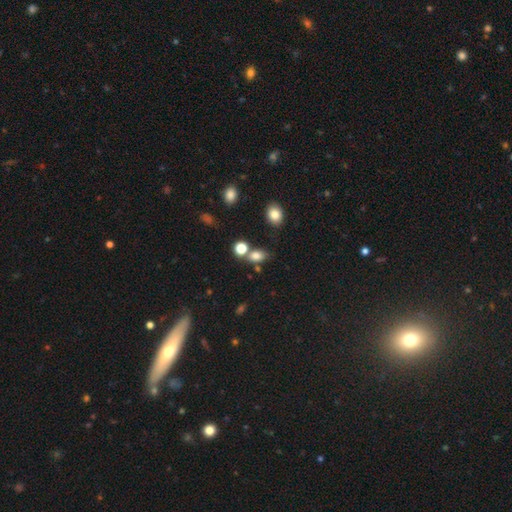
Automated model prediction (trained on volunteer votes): smooth-or-featured: smooth: 79% | star or artifact: 14% | featured or disk: 8%
  how-rounded: in between: 69% | round: 29% | cigar-shaped: 2%
  merging: none: 58% | merger: 23% | minor disturbance: 13% | major disturbance: 5%